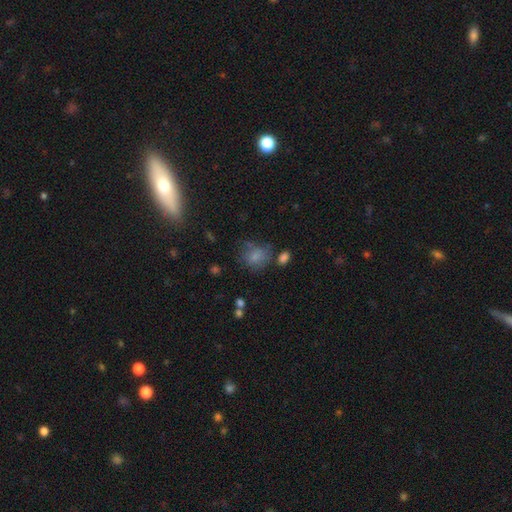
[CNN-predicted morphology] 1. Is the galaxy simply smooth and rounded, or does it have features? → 77% smooth, 12% star or artifact, 11% featured or disk.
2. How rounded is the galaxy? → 65% round, 34% in between, 1% cigar-shaped.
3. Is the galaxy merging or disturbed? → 55% none, 24% minor disturbance, 13% major disturbance, 8% merger.